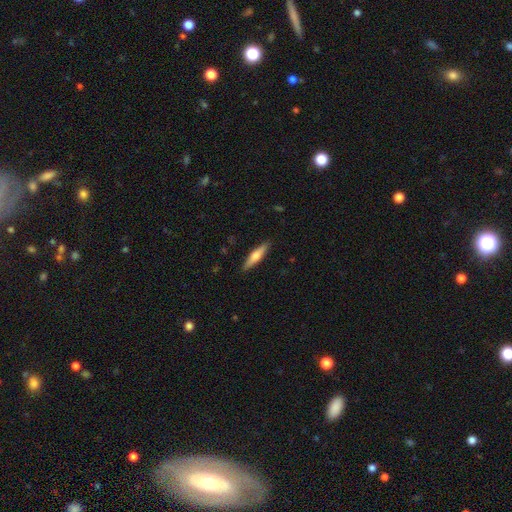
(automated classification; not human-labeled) Smooth or featured? Predicted: smooth (p=0.51). How rounded? Predicted: cigar-shaped (p=0.82). Merging? Predicted: none (p=0.90).